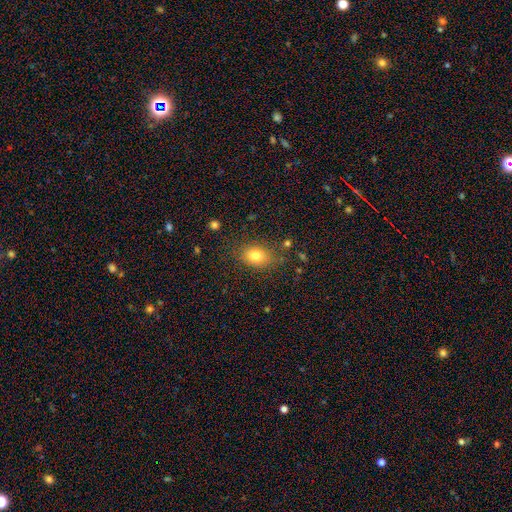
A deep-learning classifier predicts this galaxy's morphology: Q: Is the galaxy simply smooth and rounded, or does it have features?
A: smooth — 80%.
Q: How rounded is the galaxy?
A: in between — 65%.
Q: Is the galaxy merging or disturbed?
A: none — 77%.